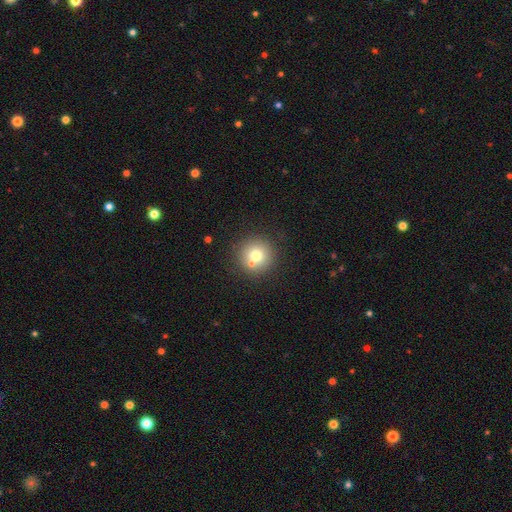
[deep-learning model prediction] Morphology: type=smooth (73%); roundness=round (94%); merging=none (72%).